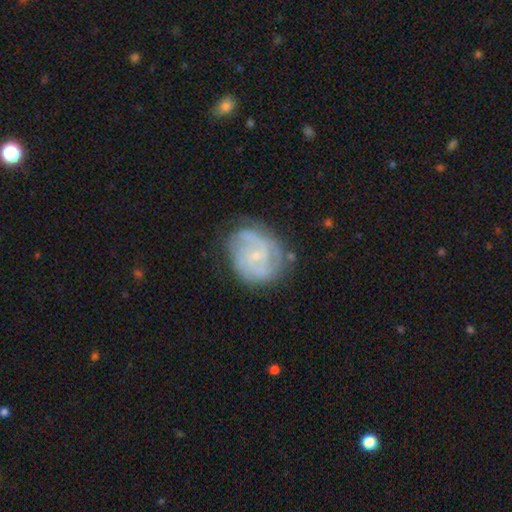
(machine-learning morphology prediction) featured or disk 77%, smooth 17%, star or artifact 6%. Down the decision tree: edge-on disk — no (98%); bar — no (59%); spiral arms — yes (90%); spiral arm count — can't tell (34%); spiral winding — tight (54%); bulge size — small (78%); merging — none (67%).